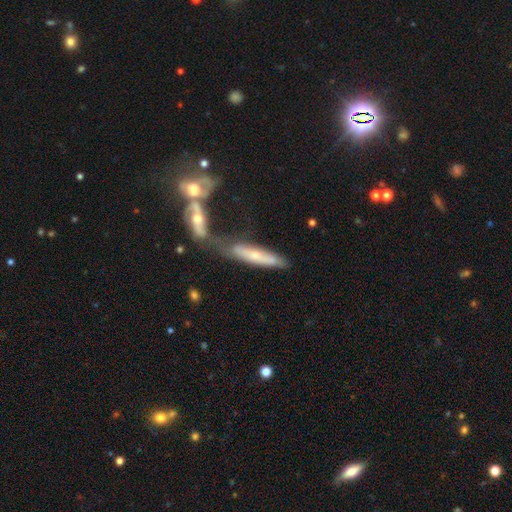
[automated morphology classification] Smooth or featured? featured or disk (46%, tied with smooth)
Merging? none (41%)